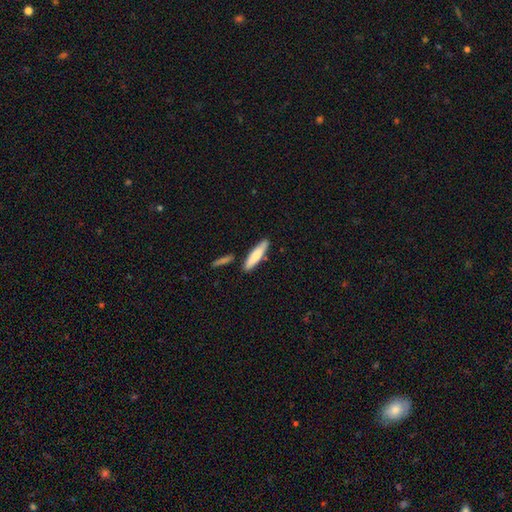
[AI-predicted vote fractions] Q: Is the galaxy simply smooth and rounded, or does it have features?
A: smooth — 77%.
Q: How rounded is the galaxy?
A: cigar-shaped — 80%.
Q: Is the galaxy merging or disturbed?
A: none — 82%.